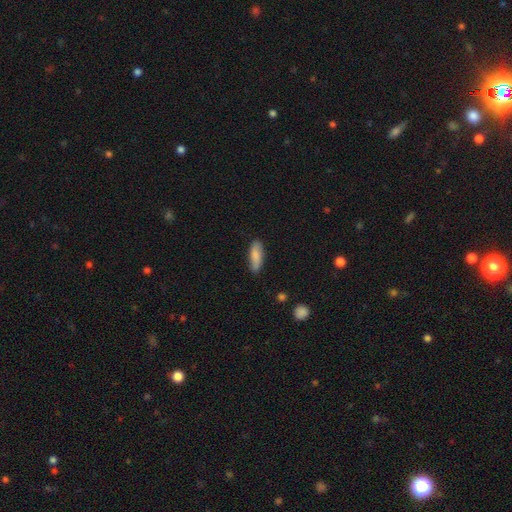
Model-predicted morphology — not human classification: Smooth or featured: smooth — 80% (featured or disk — 14%)
How rounded: in between — 55% (cigar-shaped — 43%)
Merging: none — 80% (minor disturbance — 16%)